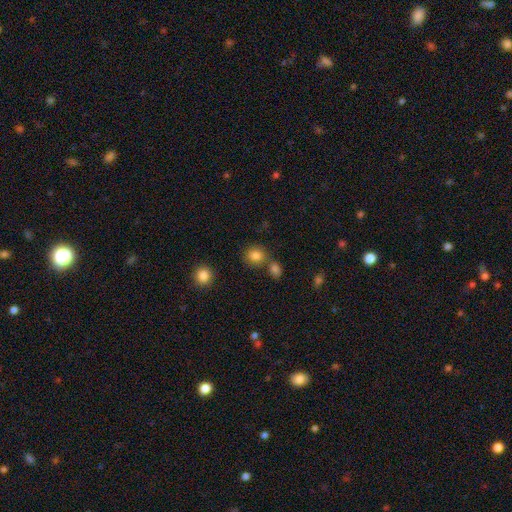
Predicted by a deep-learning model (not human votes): This appears to be a smooth galaxy with no disk features (82%) that is round (76%). Merging: none (66%).